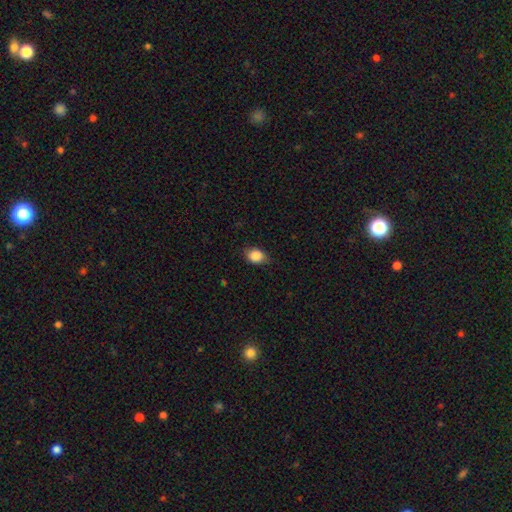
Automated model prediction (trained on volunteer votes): Smooth or featured? Predicted: smooth (p=0.85). How rounded? Predicted: in between (p=0.63). Merging? Predicted: none (p=0.78).